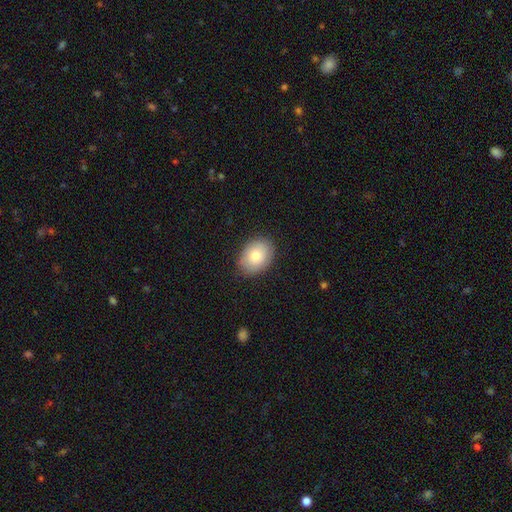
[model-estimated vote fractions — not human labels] A smooth galaxy with no disk features (78%) that is in between round and cigar-shaped (67%). Merging: none (85%).